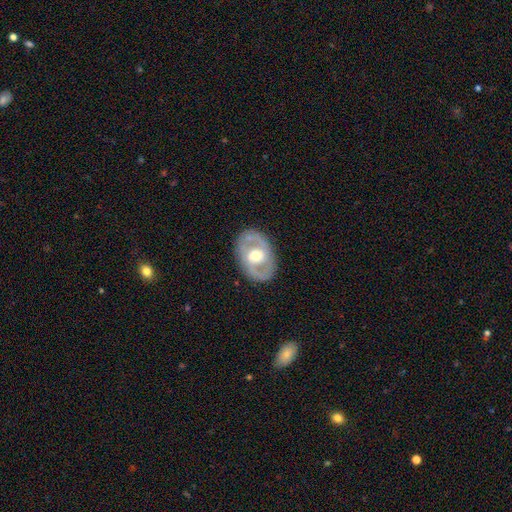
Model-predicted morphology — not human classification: featured or disk 72%, smooth 23%, star or artifact 5%. Down the decision tree: edge-on disk — no (94%); bar — no (47%); spiral arms — yes (51%); bulge size — moderate (74%); merging — none (84%).